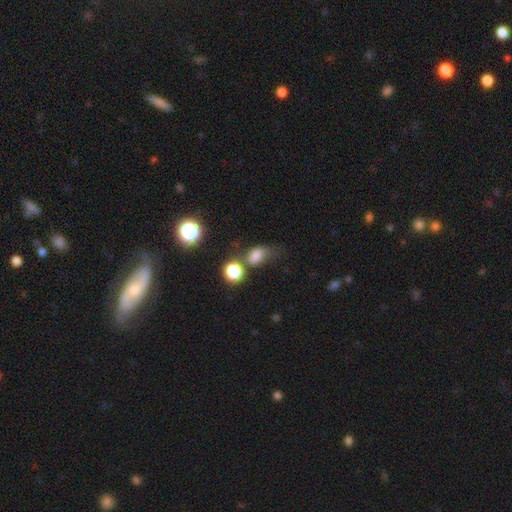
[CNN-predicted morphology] type=smooth (73%); roundness=in between (70%); merging=none (35%).